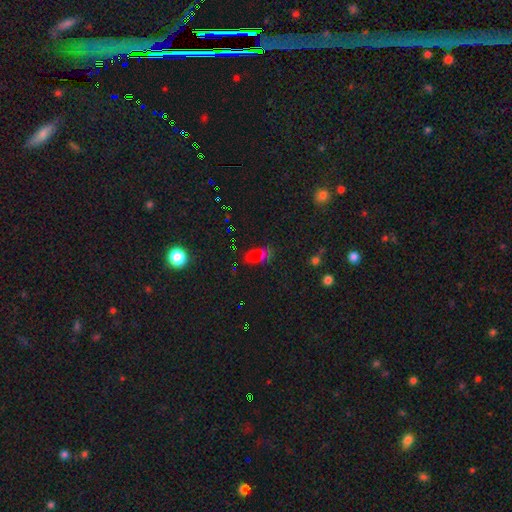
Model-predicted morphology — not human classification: Q: Smooth or featured?
A: smooth (51%); runner-up: star or artifact (40%)
Q: How rounded?
A: in between (75%); runner-up: round (16%)
Q: Merging?
A: none (72%); runner-up: minor disturbance (14%)